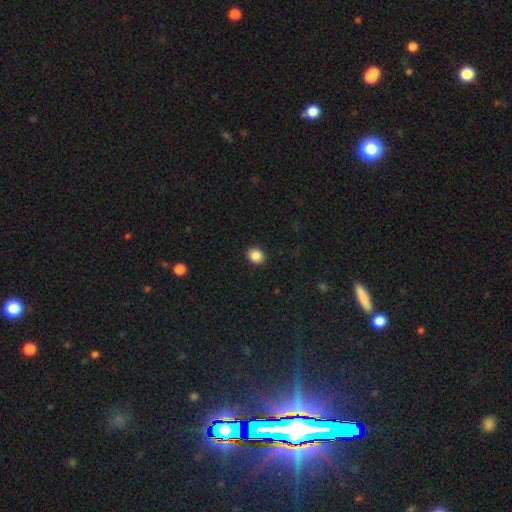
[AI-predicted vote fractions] smooth_or_featured: smooth (p=0.87) [alt: star or artifact p=0.09]
how_rounded: round (p=0.65) [alt: in between p=0.34]
merging: none (p=0.91) [alt: minor disturbance p=0.06]